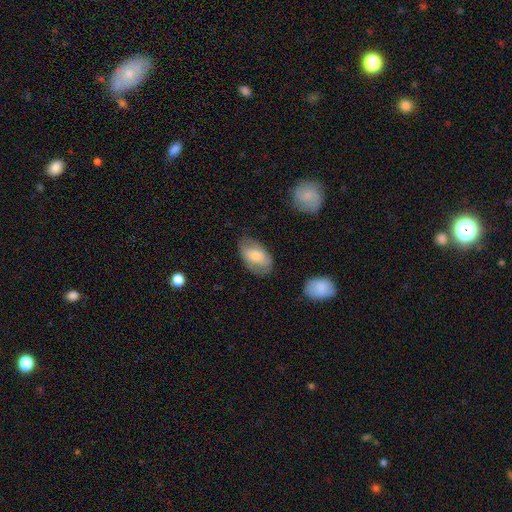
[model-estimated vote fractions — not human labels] smooth_or_featured: smooth (p=0.65) [alt: featured or disk p=0.28]
how_rounded: in between (p=0.92) [alt: round p=0.06]
merging: none (p=0.69) [alt: minor disturbance p=0.23]